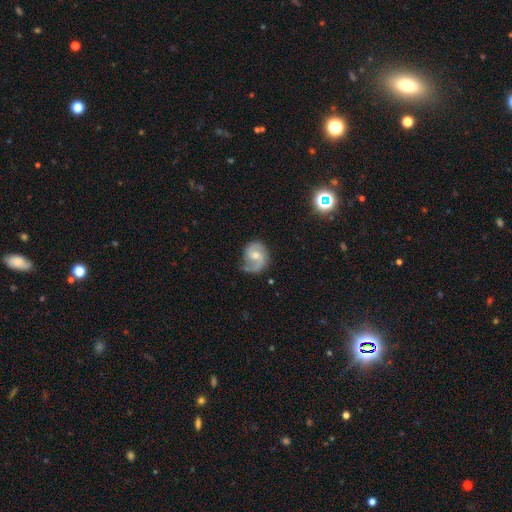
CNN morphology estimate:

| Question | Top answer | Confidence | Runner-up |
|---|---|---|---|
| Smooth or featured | featured or disk | 82% | smooth (12%) |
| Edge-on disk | no | 98% | yes (2%) |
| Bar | no | 50% | weak (43%) |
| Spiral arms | yes | 96% | no (4%) |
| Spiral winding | medium | 52% | tight (25%) |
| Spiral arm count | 2 | 80% | 1 (13%) |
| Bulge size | moderate | 57% | small (34%) |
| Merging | none | 66% | minor disturbance (23%) |